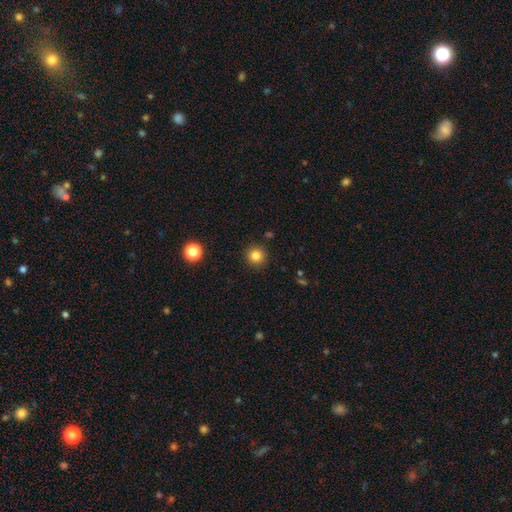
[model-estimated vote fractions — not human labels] Overall: smooth (83%). How rounded: round (95%). Merging: none (91%).